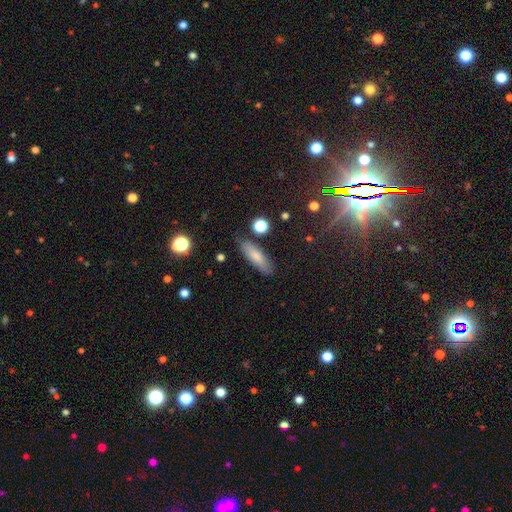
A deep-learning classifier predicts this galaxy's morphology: type=smooth (78%); roundness=cigar-shaped (52%); merging=none (82%).